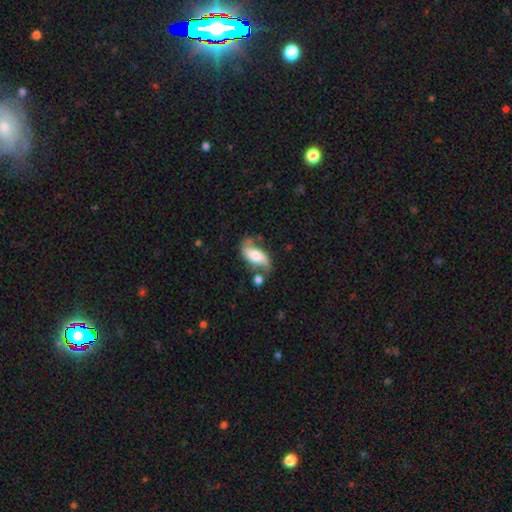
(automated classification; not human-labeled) Overall: featured or disk (59%; smooth 34%). Edge-on disk: no (91%). Bar: no (51%; weak 29%). Spiral arms: yes (84%). Bulge size: moderate (57%; small 23%). Merging: none (55%; minor disturbance 22%).